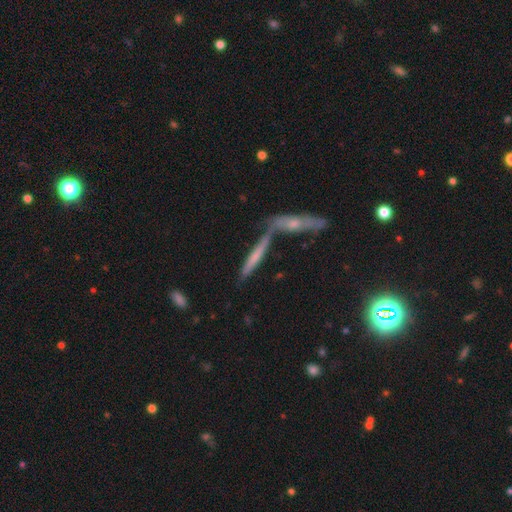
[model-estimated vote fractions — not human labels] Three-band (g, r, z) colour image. It shows a smooth galaxy with no disk features (46%). Merging: none (54%).